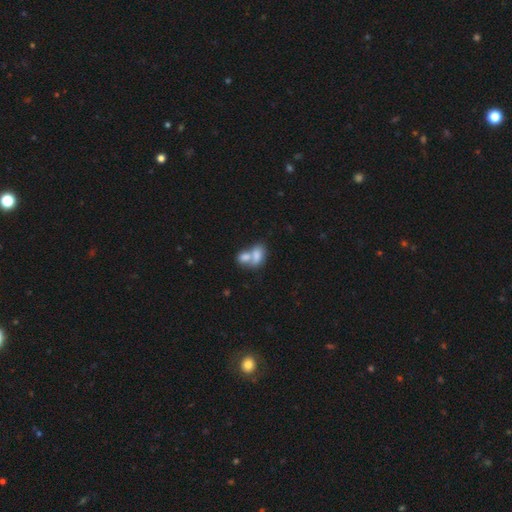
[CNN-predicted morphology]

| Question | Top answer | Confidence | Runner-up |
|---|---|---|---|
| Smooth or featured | smooth | 76% | featured or disk (16%) |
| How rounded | in between | 85% | round (13%) |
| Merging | merger | 70% | none (18%) |